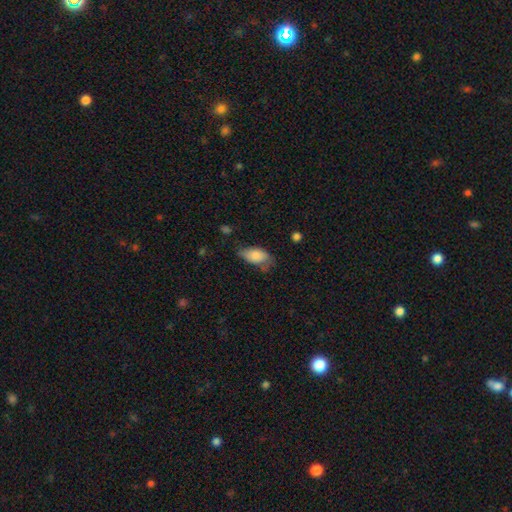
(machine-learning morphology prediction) A smooth galaxy with no disk features (80%) that is in between round and cigar-shaped (92%).

Vote fractions:
- Smooth or featured? smooth: 80% / featured or disk: 13% / star or artifact: 7%
- How rounded? in between: 92% / round: 4% / cigar-shaped: 4%
- Merging? none: 43% / minor disturbance: 39% / major disturbance: 15% / merger: 3%